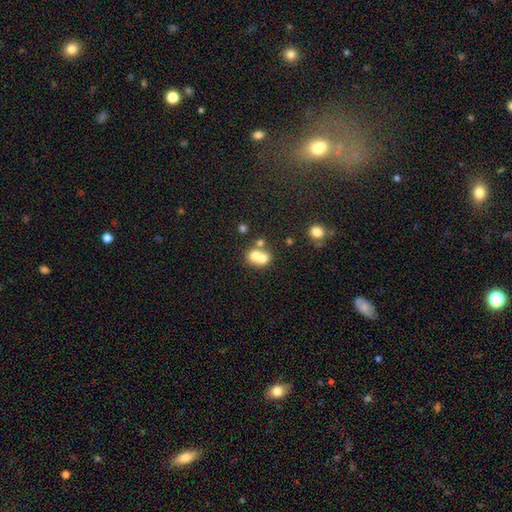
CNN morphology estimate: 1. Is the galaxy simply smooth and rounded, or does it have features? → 66% smooth, 22% featured or disk, 12% star or artifact.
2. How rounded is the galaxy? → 70% round, 29% in between, 1% cigar-shaped.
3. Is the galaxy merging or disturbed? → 65% merger, 26% none, 6% minor disturbance, 3% major disturbance.